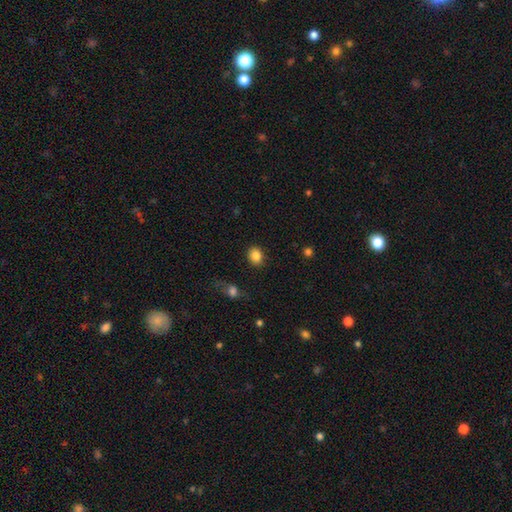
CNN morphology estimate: Smooth or featured? Predicted: smooth (p=0.85). How rounded? Predicted: round (p=0.57). Merging? Predicted: none (p=0.87).